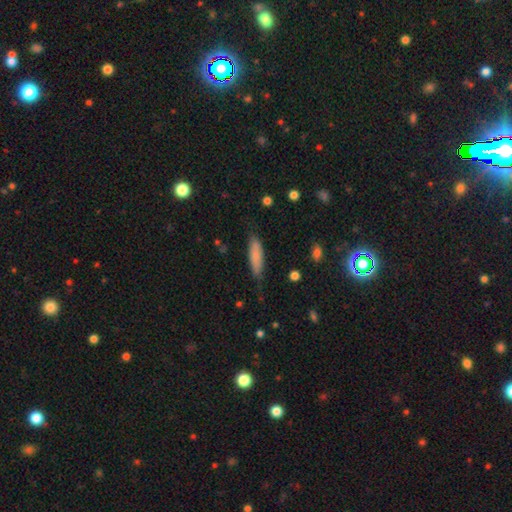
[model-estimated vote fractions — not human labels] Overall: smooth (78%). How rounded: cigar-shaped (66%; in between 33%). Merging: none (77%).